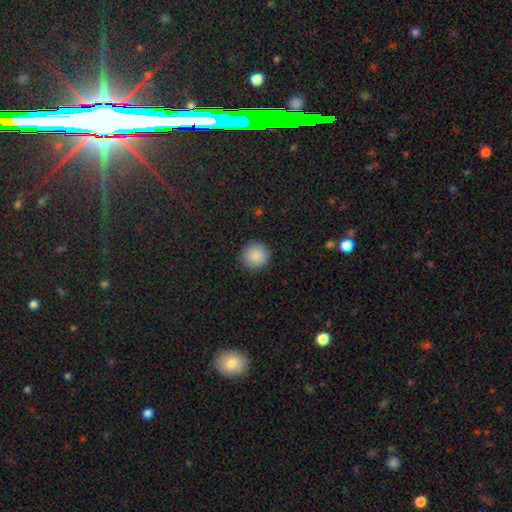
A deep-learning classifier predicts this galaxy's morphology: Overall: smooth (88%). How rounded: round (95%). Merging: none (92%).